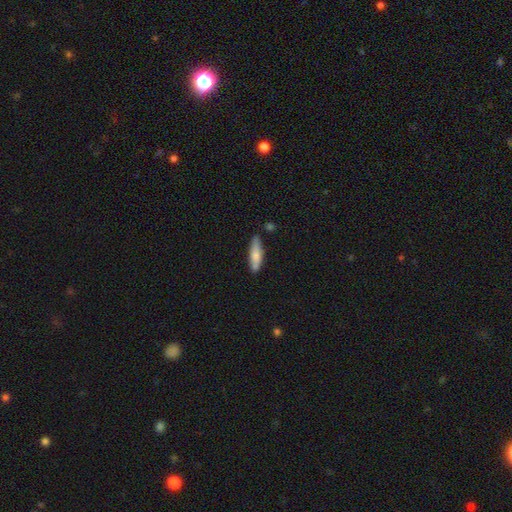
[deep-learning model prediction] A smooth galaxy with no disk features (74%) that is cigar-shaped (68%). Merging: none (77%).